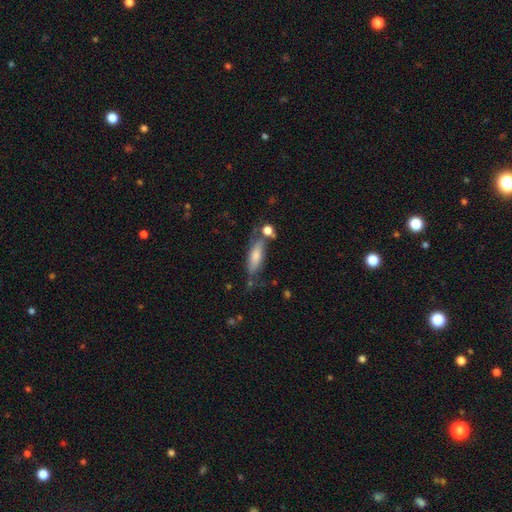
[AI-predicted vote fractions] Overall: smooth (57%; featured or disk 34%). How rounded: cigar-shaped (49%; in between 48%). Merging: none (55%; minor disturbance 21%).